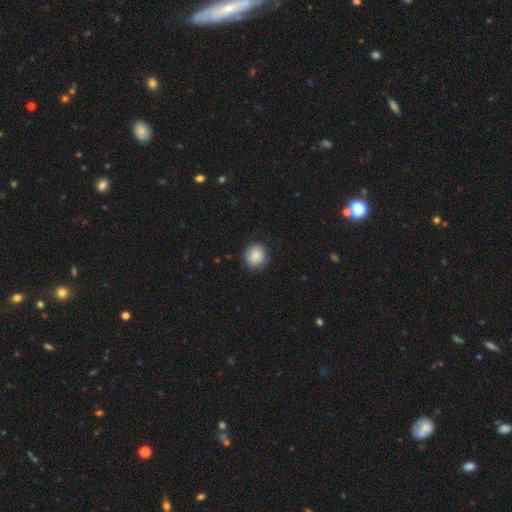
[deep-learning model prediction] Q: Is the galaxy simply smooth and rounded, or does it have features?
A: smooth — 84%.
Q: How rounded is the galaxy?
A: round — 90%.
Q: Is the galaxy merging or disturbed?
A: none — 85%.